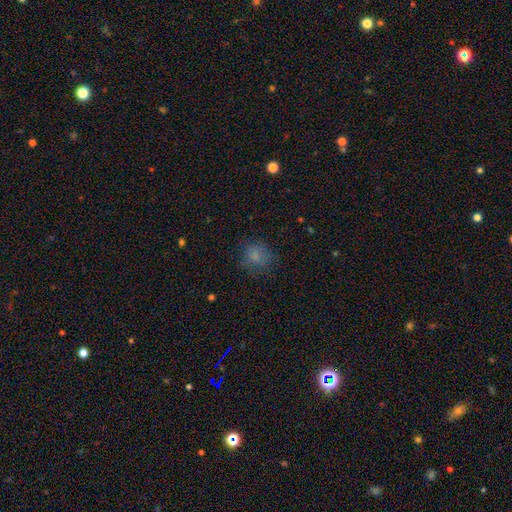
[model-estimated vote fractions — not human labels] This is likely a smooth galaxy (74%). How rounded: likely round (72%). Merging: likely none (68%).